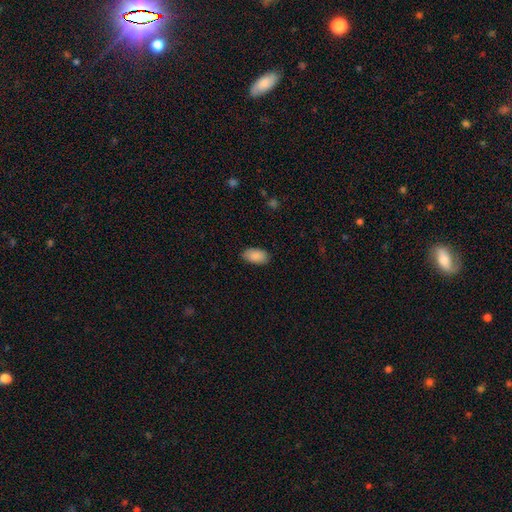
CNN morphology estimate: Smooth or featured: smooth — 89% (star or artifact — 6%)
How rounded: in between — 95% (round — 3%)
Merging: none — 86% (minor disturbance — 11%)